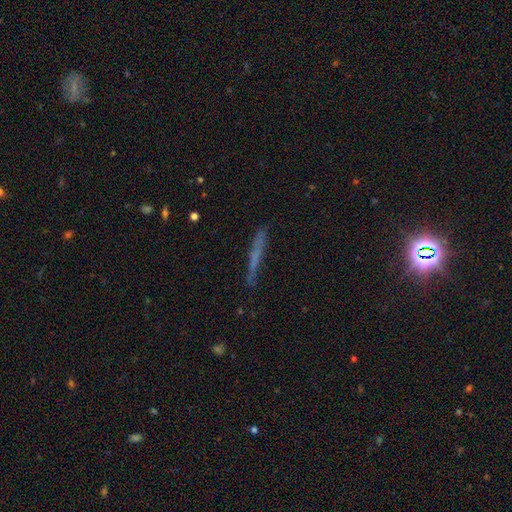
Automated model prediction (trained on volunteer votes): This is possibly a smooth galaxy (50%). Merging: clearly none (80%).